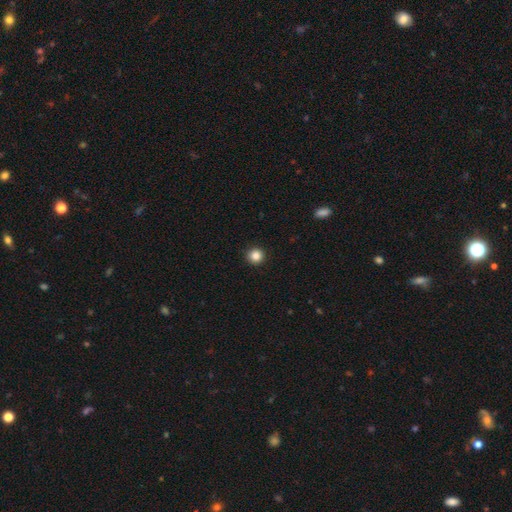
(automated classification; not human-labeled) smooth 86%, star or artifact 11%, featured or disk 4%. Down the decision tree: how rounded — round (94%); merging — none (93%).